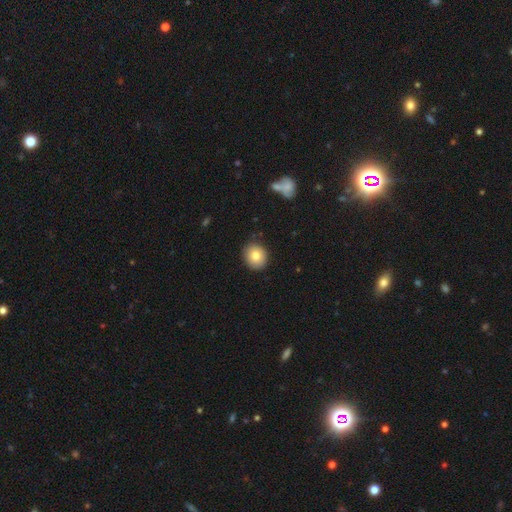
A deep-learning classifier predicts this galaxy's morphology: Smooth or featured? smooth (79%)
How rounded? round (77%)
Merging? none (88%)